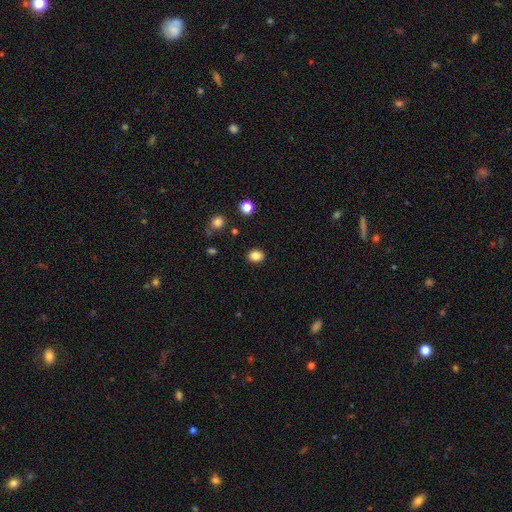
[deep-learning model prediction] Q: Smooth or featured?
A: smooth (85%); runner-up: star or artifact (11%)
Q: How rounded?
A: in between (52%); runner-up: round (47%)
Q: Merging?
A: none (88%); runner-up: minor disturbance (8%)